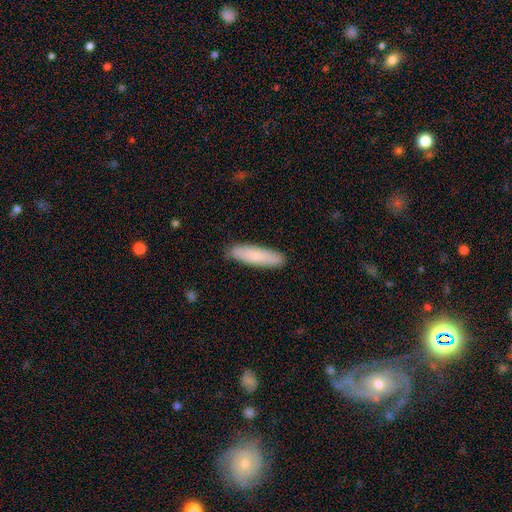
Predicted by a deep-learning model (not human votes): This is clearly a smooth galaxy (83%). How rounded: likely cigar-shaped (68%). Merging: clearly none (88%).